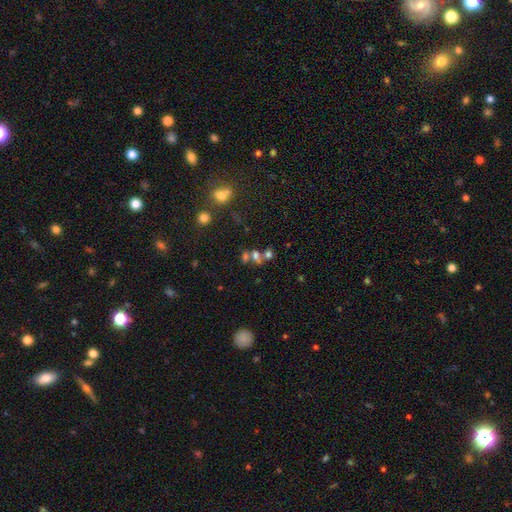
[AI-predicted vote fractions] A smooth galaxy with no disk features (57%) that is in between round and cigar-shaped (49%). Merging: merger (49%).